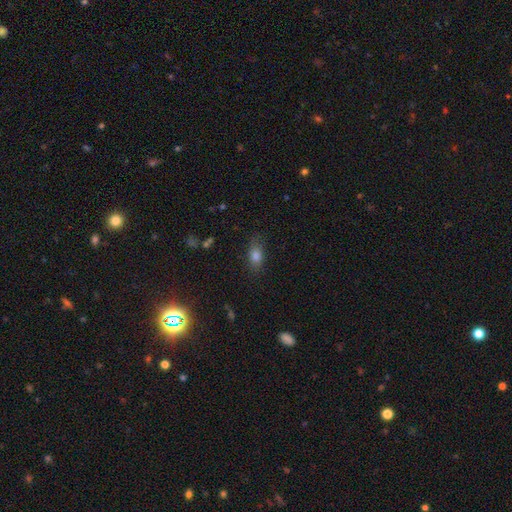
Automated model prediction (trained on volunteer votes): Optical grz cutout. It shows a smooth galaxy with no disk features (76%) that is in between round and cigar-shaped (77%). Merging: none (79%).